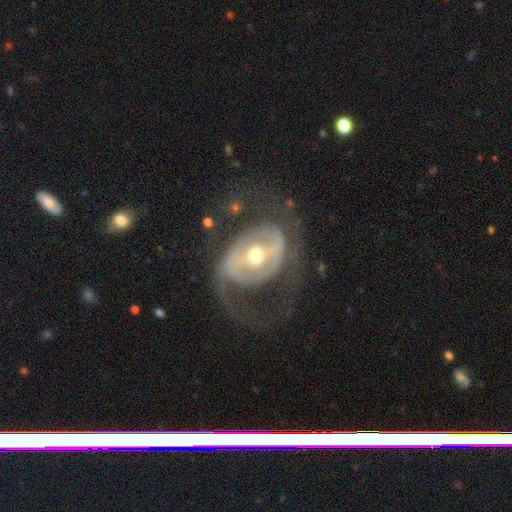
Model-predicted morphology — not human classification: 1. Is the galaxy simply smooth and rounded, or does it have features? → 81% featured or disk, 14% smooth, 5% star or artifact.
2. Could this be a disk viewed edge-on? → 95% no, 5% yes.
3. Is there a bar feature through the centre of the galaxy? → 42% strong, 35% weak, 23% no.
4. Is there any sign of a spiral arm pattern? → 70% yes, 30% no.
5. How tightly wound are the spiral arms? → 38% medium, 36% loose, 26% tight.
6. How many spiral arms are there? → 57% 2, 23% 1, 15% can't tell, 3% 3, 1% 4, 1% more than 4.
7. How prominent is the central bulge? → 68% moderate, 25% small, 6% large, 1% dominant, 1% none.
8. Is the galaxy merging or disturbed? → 46% none, 35% major disturbance, 17% minor disturbance, 2% merger.